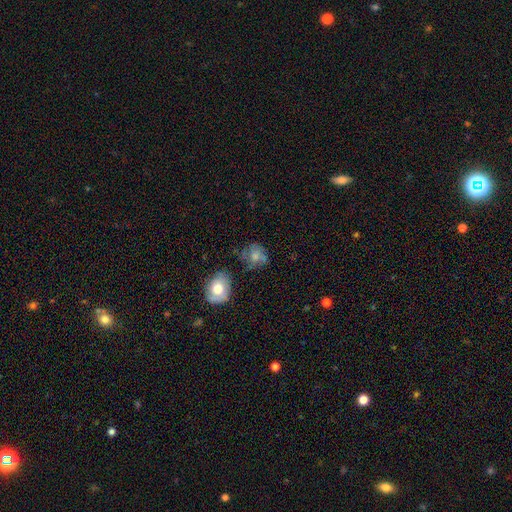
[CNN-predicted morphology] A smooth galaxy with no disk features (64%) that is round (64%).

Vote fractions:
- Smooth or featured? smooth: 64% / featured or disk: 26% / star or artifact: 10%
- How rounded? round: 64% / in between: 34% / cigar-shaped: 1%
- Merging? none: 54% / minor disturbance: 26% / major disturbance: 13% / merger: 7%